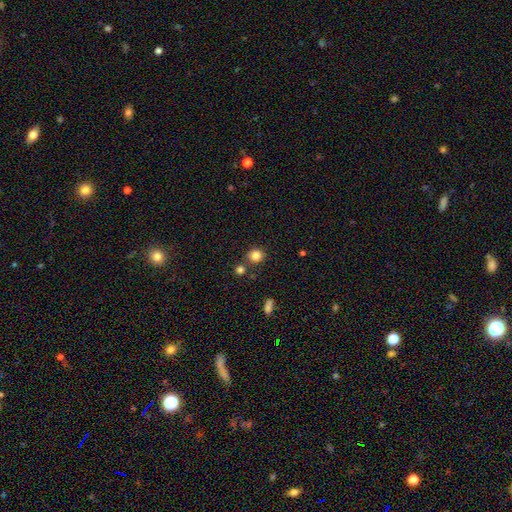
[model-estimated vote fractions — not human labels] smooth-or-featured: smooth: 83% | star or artifact: 11% | featured or disk: 5%
  how-rounded: round: 82% | in between: 17% | cigar-shaped: 1%
  merging: none: 77% | merger: 10% | minor disturbance: 10% | major disturbance: 3%